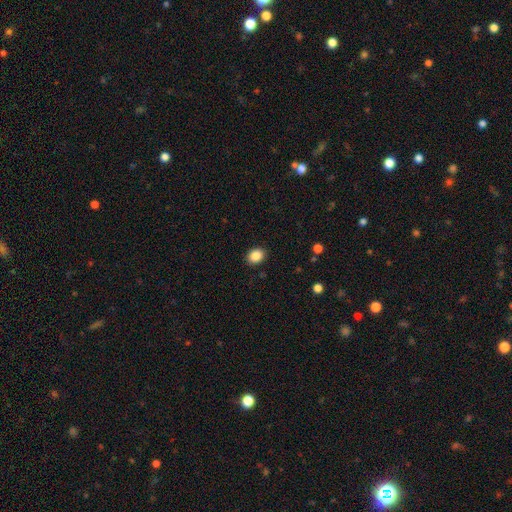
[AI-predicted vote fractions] Overall: smooth (88%). How rounded: in between (50%; round 49%). Merging: none (90%).